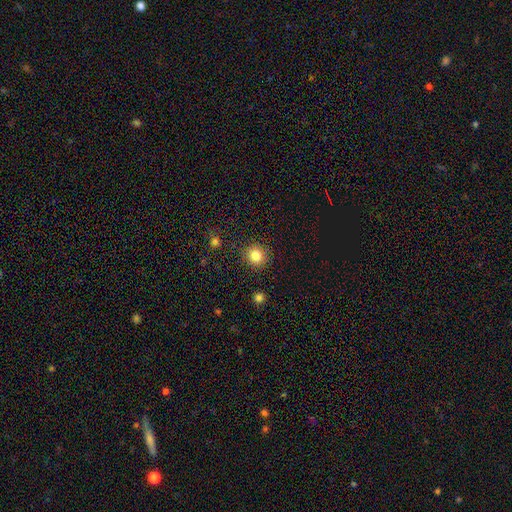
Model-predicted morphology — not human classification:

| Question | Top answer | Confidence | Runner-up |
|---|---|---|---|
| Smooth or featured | smooth | 83% | star or artifact (11%) |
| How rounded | round | 90% | in between (9%) |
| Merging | none | 89% | minor disturbance (7%) |